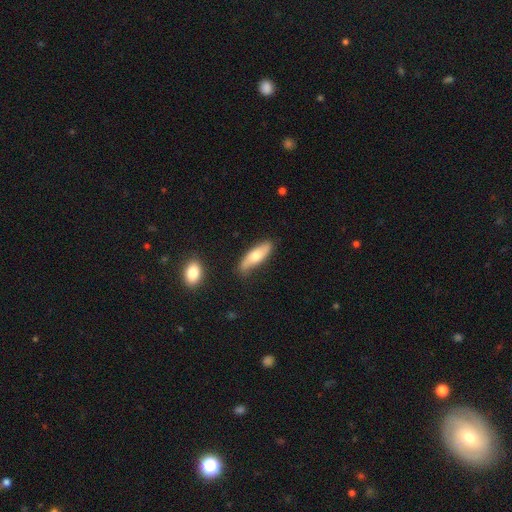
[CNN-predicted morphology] type=smooth (64%); roundness=in between (54%); merging=none (75%).